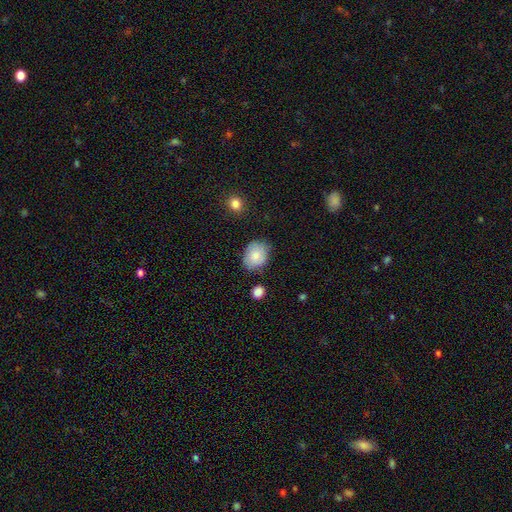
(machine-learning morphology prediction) Q: Smooth or featured?
A: smooth (79%); runner-up: featured or disk (13%)
Q: How rounded?
A: in between (53%); runner-up: round (46%)
Q: Merging?
A: none (72%); runner-up: minor disturbance (21%)